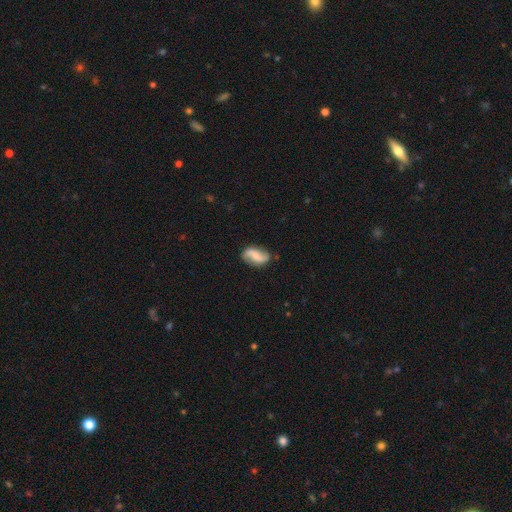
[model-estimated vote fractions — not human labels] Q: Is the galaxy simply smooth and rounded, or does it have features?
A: featured or disk — 72%.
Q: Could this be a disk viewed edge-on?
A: no — 97%.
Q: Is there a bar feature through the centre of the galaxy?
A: no — 44%.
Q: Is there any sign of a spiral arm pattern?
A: yes — 94%.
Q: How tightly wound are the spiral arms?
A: loose — 67%.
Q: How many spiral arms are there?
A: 2 — 92%.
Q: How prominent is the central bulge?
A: small — 48%.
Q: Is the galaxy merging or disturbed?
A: none — 80%.